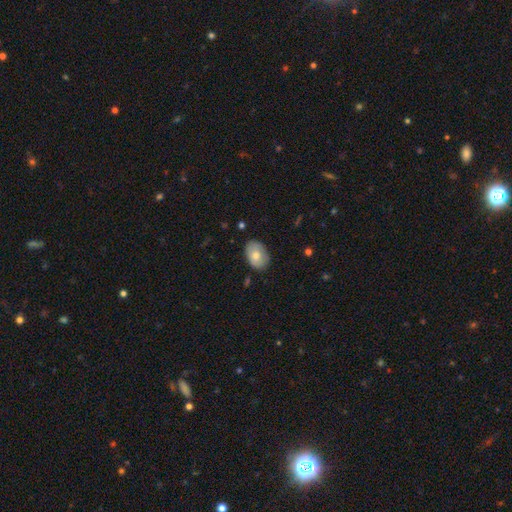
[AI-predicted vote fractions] Overall: smooth (73%). How rounded: in between (86%). Merging: none (81%).